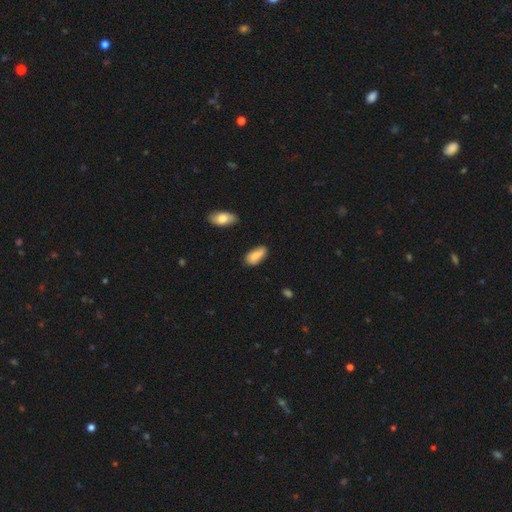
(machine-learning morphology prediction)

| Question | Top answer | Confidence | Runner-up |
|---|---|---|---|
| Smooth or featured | smooth | 80% | featured or disk (13%) |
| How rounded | in between | 90% | cigar-shaped (7%) |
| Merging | none | 71% | minor disturbance (23%) |